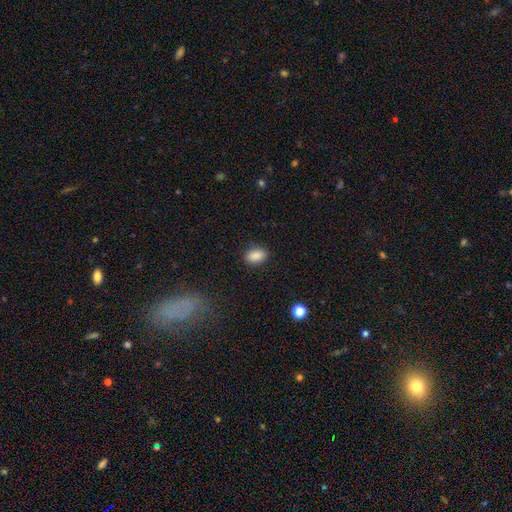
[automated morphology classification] type=smooth (89%); roundness=in between (88%); merging=none (87%).